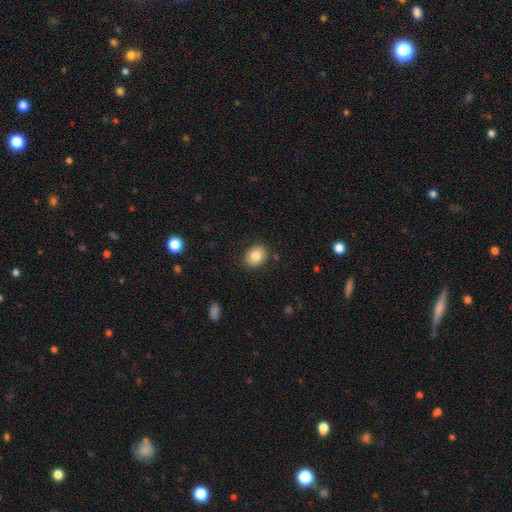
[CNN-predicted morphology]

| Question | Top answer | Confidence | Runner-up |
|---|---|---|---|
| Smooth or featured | smooth | 83% | star or artifact (9%) |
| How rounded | in between | 51% | round (49%) |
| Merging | none | 87% | minor disturbance (9%) |